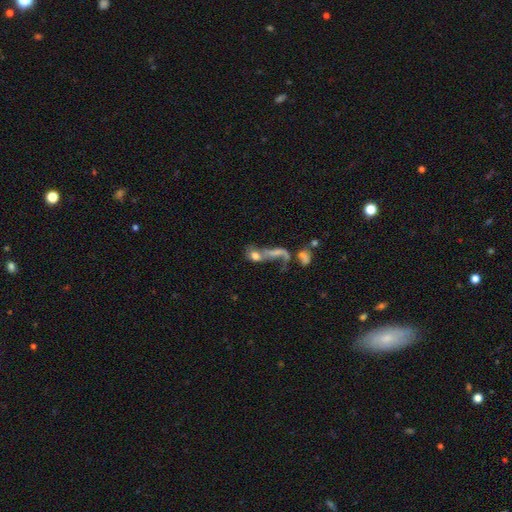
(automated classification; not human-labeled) Morphology: type=smooth (52%); roundness=in between (60%); merging=merger (60%).